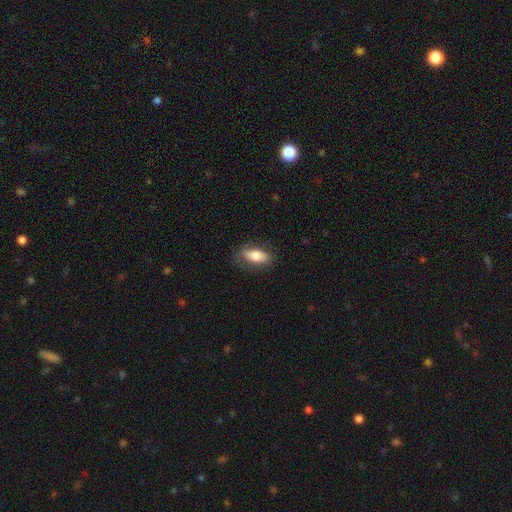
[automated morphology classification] This appears to be a smooth galaxy with no disk features (72%) that is in between round and cigar-shaped (83%). Merging: none (77%).